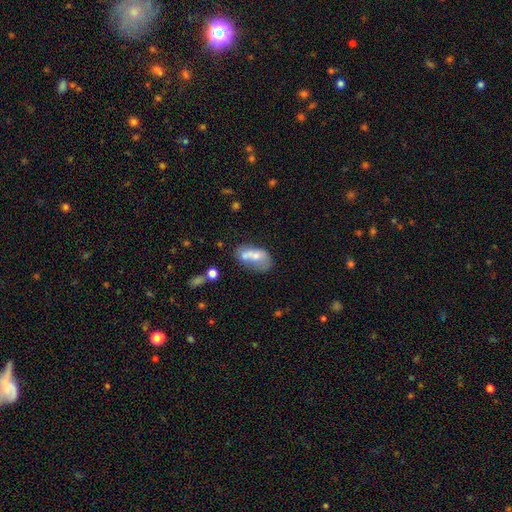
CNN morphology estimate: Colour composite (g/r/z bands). It shows a smooth galaxy with no disk features (60%) that is in between round and cigar-shaped (84%). Merging: merger (50%).